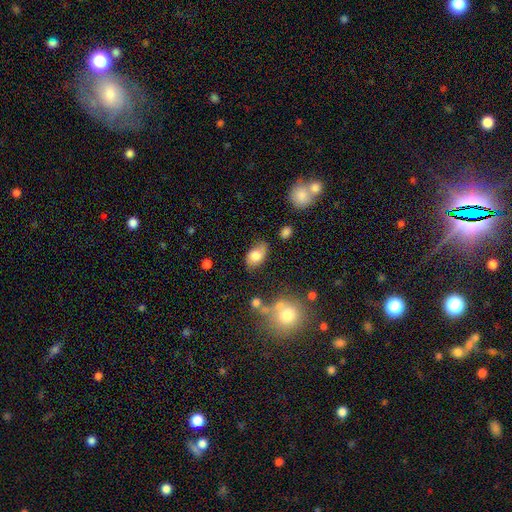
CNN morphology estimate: smooth_or_featured: smooth (p=0.72) [alt: featured or disk p=0.20]
how_rounded: in between (p=0.90) [alt: round p=0.08]
merging: none (p=0.68) [alt: minor disturbance p=0.22]